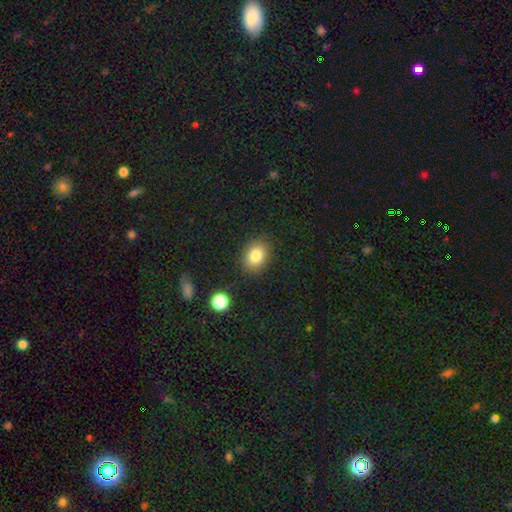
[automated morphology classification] smooth 83%, star or artifact 10%, featured or disk 8%. Down the decision tree: how rounded — in between (61%); merging — none (87%).